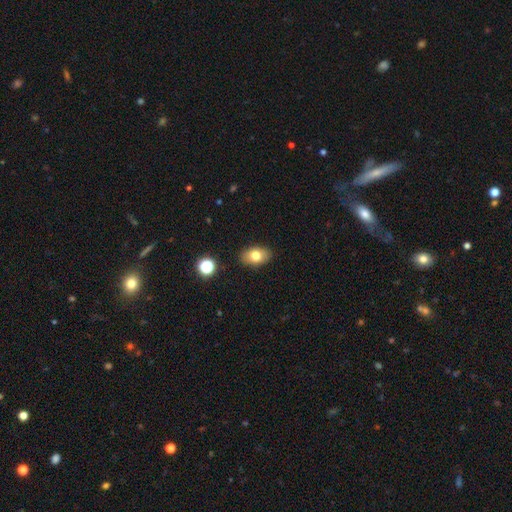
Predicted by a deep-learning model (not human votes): A smooth galaxy with no disk features (76%) that is in between round and cigar-shaped (84%). Merging: none (88%).